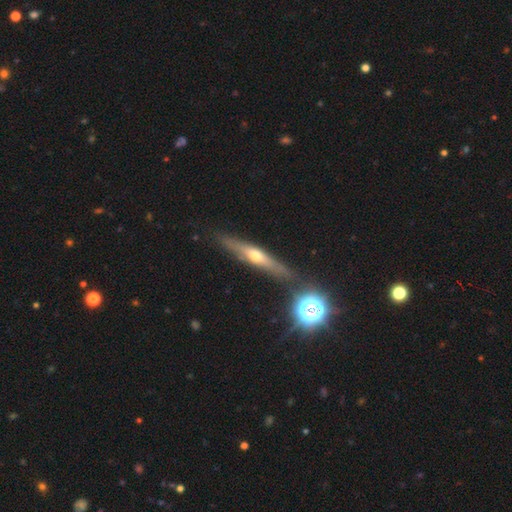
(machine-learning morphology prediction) Smooth or featured? featured or disk (61%)
Edge-on disk? yes (92%)
Edge-on bulge? rounded (85%)
Merging? none (84%)